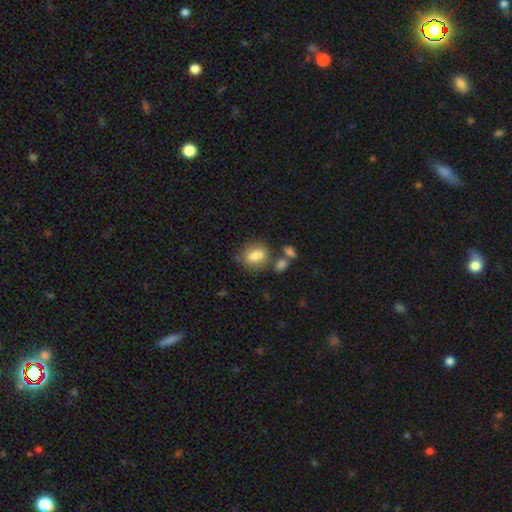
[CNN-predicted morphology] type=smooth (81%); roundness=in between (69%); merging=none (61%).